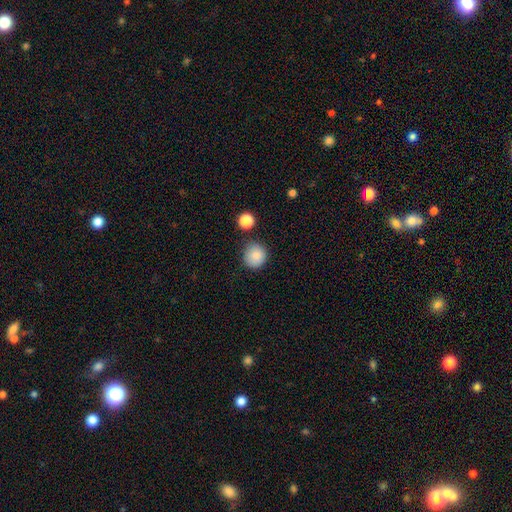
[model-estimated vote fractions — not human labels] smooth_or_featured: smooth (p=0.86) [alt: star or artifact p=0.09]
how_rounded: round (p=0.92) [alt: in between p=0.08]
merging: none (p=0.80) [alt: minor disturbance p=0.12]